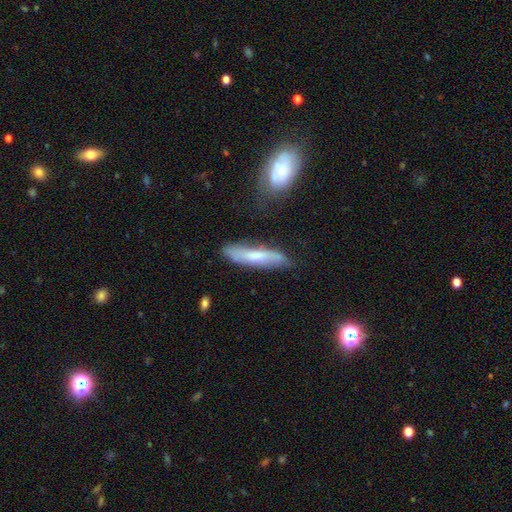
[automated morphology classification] Overall: smooth (56%; featured or disk 37%). How rounded: cigar-shaped (79%). Merging: none (68%).